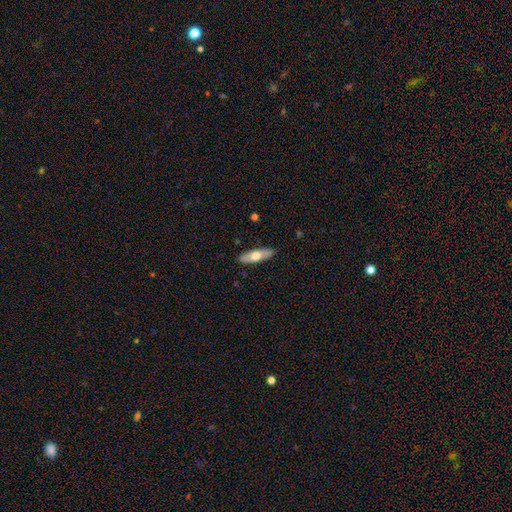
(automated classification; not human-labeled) Morphology: type=smooth (61%); roundness=in between (50%); merging=none (88%).